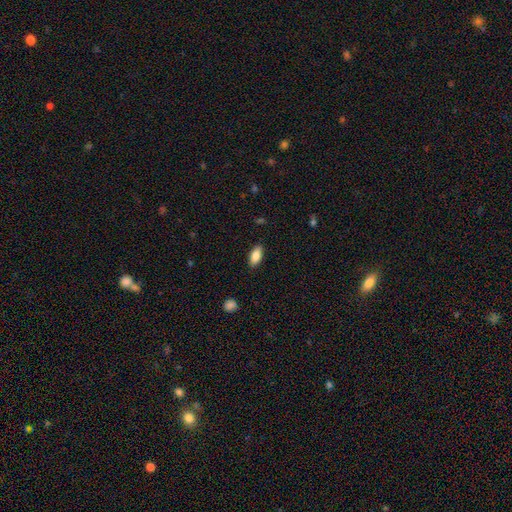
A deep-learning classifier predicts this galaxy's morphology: Smooth or featured? Predicted: smooth (p=0.86). How rounded? Predicted: in between (p=0.89). Merging? Predicted: none (p=0.88).